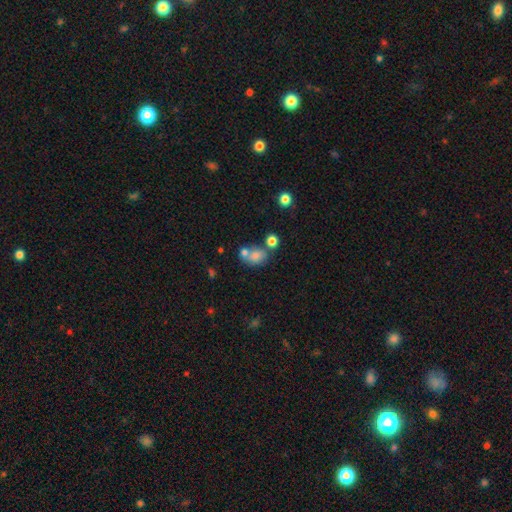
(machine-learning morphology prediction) Smooth or featured?
  - smooth: 74% *
  - featured or disk: 13%
  - star or artifact: 12%
How rounded?
  - in between: 60% *
  - round: 39%
  - cigar-shaped: 1%
Merging?
  - none: 41% *
  - merger: 36%
  - minor disturbance: 15%
  - major disturbance: 8%